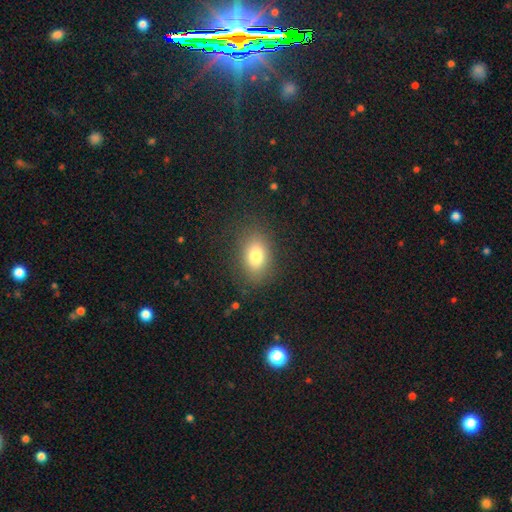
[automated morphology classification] Smooth or featured?
  - smooth: 79% *
  - featured or disk: 11%
  - star or artifact: 10%
How rounded?
  - in between: 80% *
  - round: 18%
  - cigar-shaped: 2%
Merging?
  - none: 83% *
  - minor disturbance: 11%
  - major disturbance: 5%
  - merger: 1%